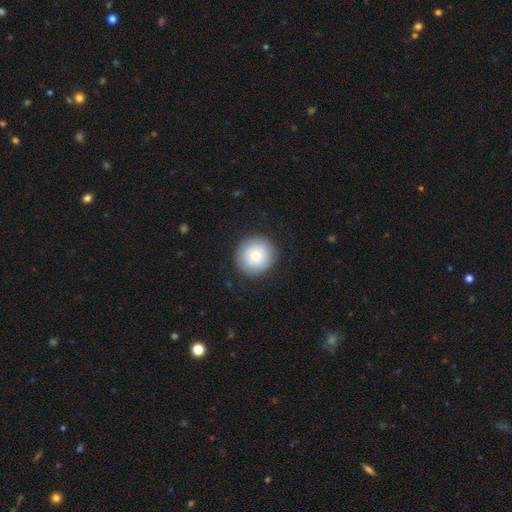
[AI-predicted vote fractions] Smooth or featured?
  - smooth: 66% *
  - featured or disk: 26%
  - star or artifact: 9%
How rounded?
  - round: 95% *
  - in between: 4%
  - cigar-shaped: 1%
Merging?
  - none: 87% *
  - minor disturbance: 9%
  - major disturbance: 3%
  - merger: 1%